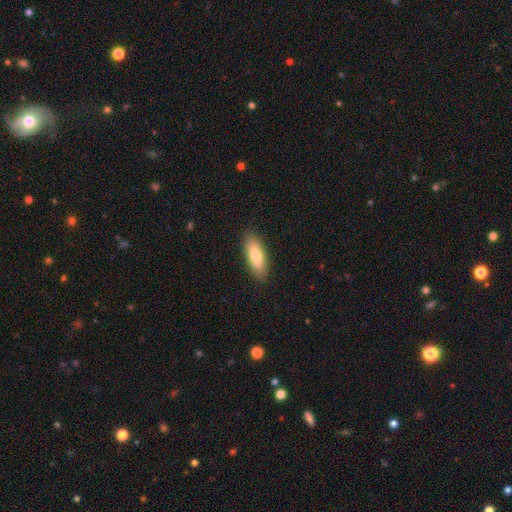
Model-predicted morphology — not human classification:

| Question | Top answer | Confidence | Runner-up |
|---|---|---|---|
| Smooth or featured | smooth | 78% | featured or disk (16%) |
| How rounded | in between | 63% | cigar-shaped (34%) |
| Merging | none | 88% | minor disturbance (9%) |